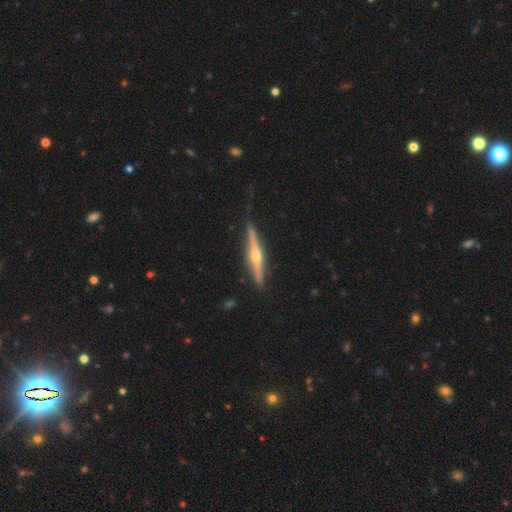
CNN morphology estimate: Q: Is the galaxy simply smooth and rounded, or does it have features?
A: featured or disk — 75%.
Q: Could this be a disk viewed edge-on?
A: yes — 97%.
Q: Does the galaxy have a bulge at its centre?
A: rounded — 90%.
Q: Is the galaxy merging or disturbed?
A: none — 85%.